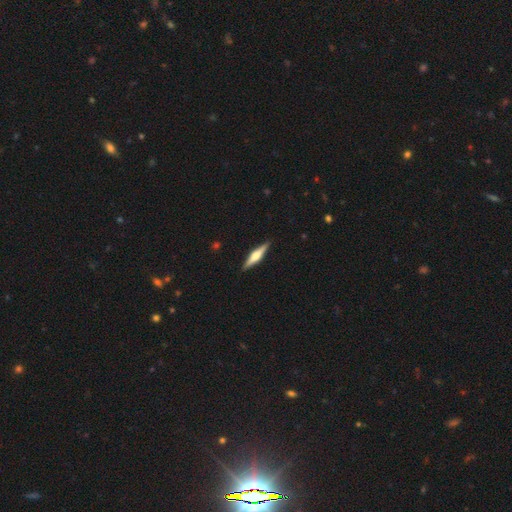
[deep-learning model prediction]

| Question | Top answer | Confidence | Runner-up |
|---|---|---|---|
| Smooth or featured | featured or disk | 66% | smooth (28%) |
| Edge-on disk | yes | 98% | no (2%) |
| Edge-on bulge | rounded | 84% | boxy (12%) |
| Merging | none | 91% | minor disturbance (7%) |